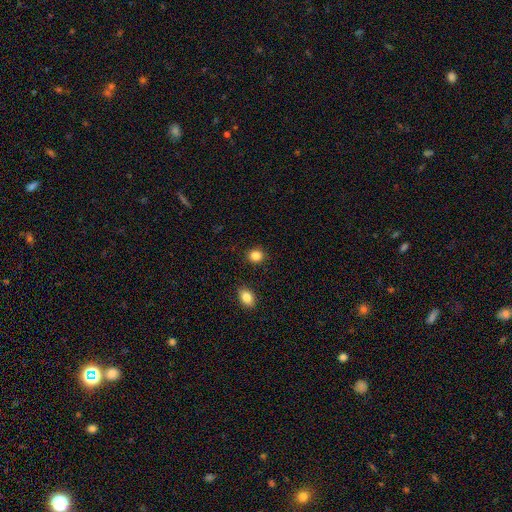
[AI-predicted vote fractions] smooth_or_featured: smooth (p=0.86) [alt: star or artifact p=0.10]
how_rounded: round (p=0.76) [alt: in between p=0.23]
merging: none (p=0.89) [alt: minor disturbance p=0.06]